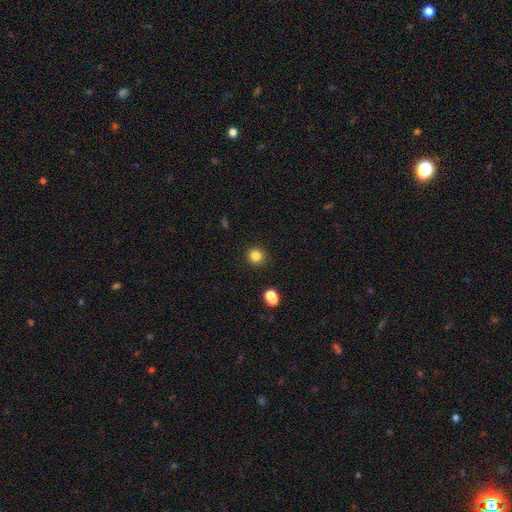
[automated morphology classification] smooth_or_featured: smooth (p=0.83) [alt: star or artifact p=0.12]
how_rounded: round (p=0.90) [alt: in between p=0.09]
merging: none (p=0.91) [alt: minor disturbance p=0.05]